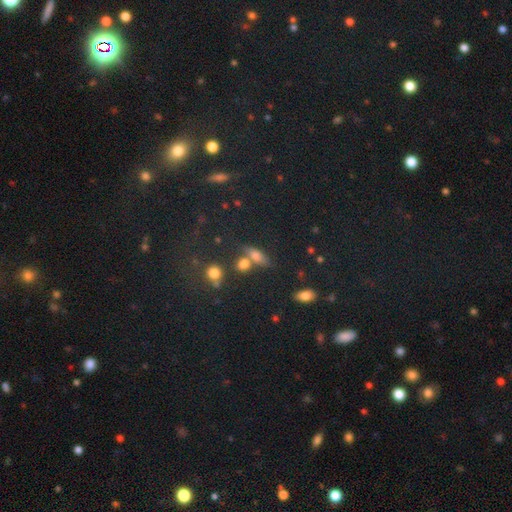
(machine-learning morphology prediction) smooth_or_featured: smooth (p=0.69) [alt: star or artifact p=0.17]
how_rounded: in between (p=0.66) [alt: cigar-shaped p=0.20]
merging: none (p=0.51) [alt: merger p=0.29]